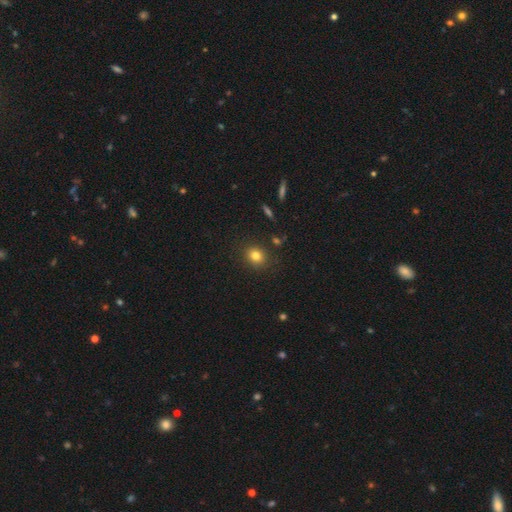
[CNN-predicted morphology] Smooth or featured: smooth — 80% (star or artifact — 12%)
How rounded: round — 70% (in between — 29%)
Merging: none — 87% (minor disturbance — 8%)